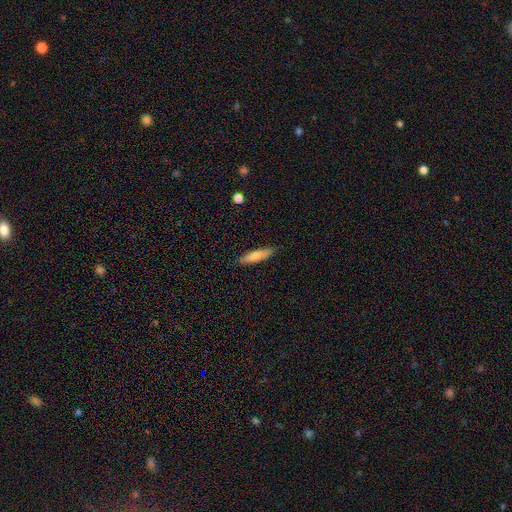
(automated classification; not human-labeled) Overall: smooth (80%). How rounded: cigar-shaped (79%). Merging: none (87%).